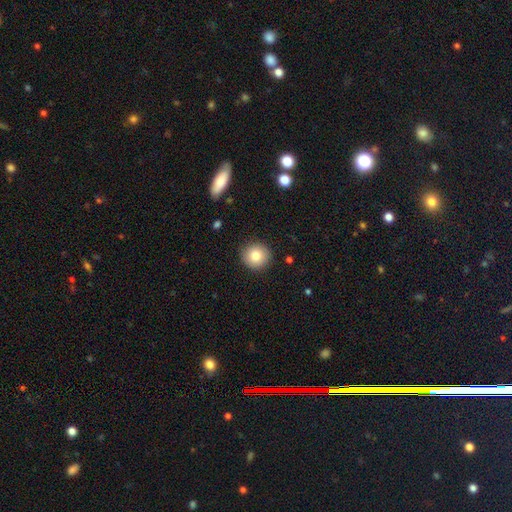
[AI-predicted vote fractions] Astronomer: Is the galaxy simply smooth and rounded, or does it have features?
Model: smooth — 80%.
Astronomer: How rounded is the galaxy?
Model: round — 93%.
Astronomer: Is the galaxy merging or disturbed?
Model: none — 90%.